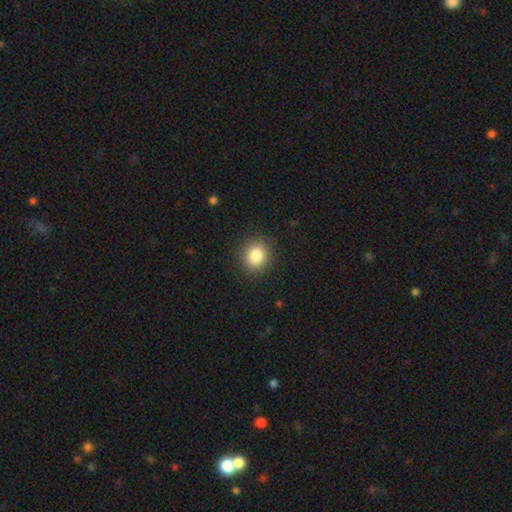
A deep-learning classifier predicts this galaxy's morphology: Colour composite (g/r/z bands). It shows a smooth galaxy with no disk features (85%) that is round (83%). Merging: none (90%).